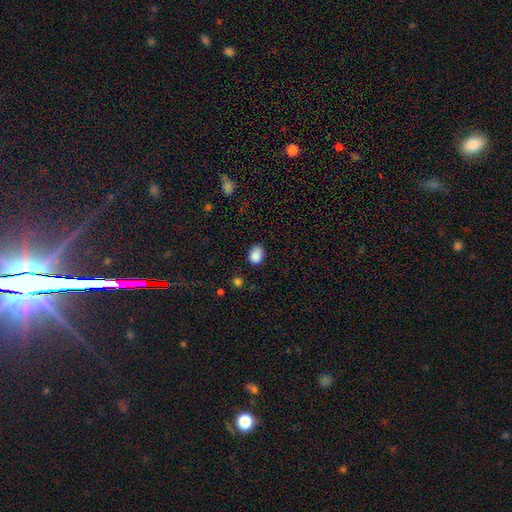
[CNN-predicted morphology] Smooth or featured? Predicted: smooth (p=0.87). How rounded? Predicted: in between (p=0.54). Merging? Predicted: none (p=0.77).